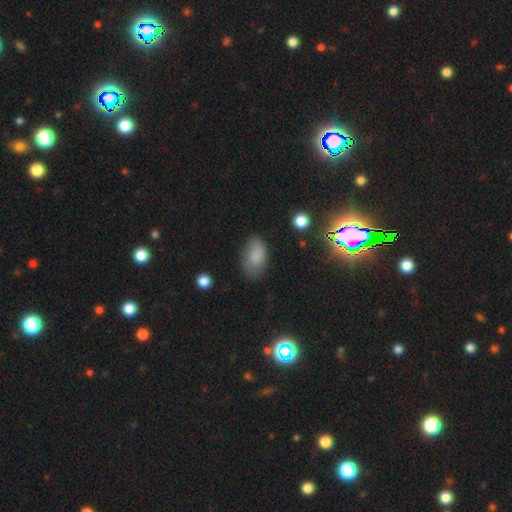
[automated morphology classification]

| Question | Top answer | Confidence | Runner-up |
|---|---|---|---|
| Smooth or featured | smooth | 82% | star or artifact (9%) |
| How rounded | in between | 93% | round (5%) |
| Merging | none | 77% | minor disturbance (17%) |